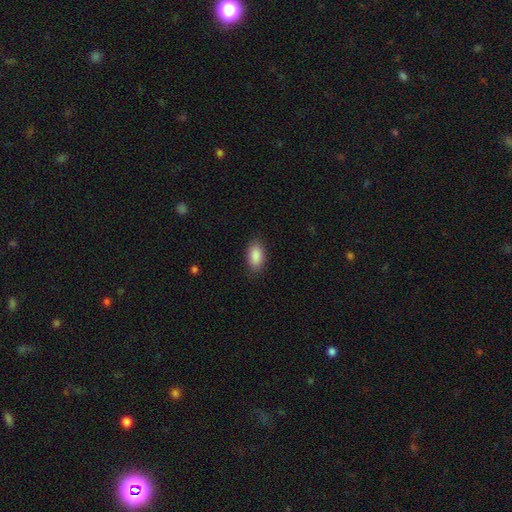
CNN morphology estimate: type=smooth (90%); roundness=in between (93%); merging=none (86%).